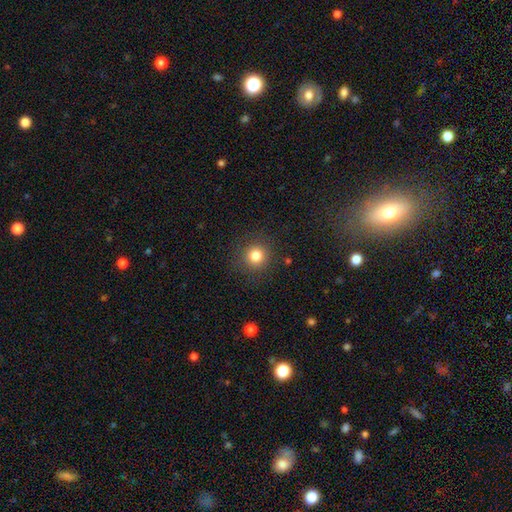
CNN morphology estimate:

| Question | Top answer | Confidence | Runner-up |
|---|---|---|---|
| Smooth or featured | smooth | 82% | star or artifact (12%) |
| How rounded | round | 93% | in between (6%) |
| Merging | none | 89% | minor disturbance (7%) |